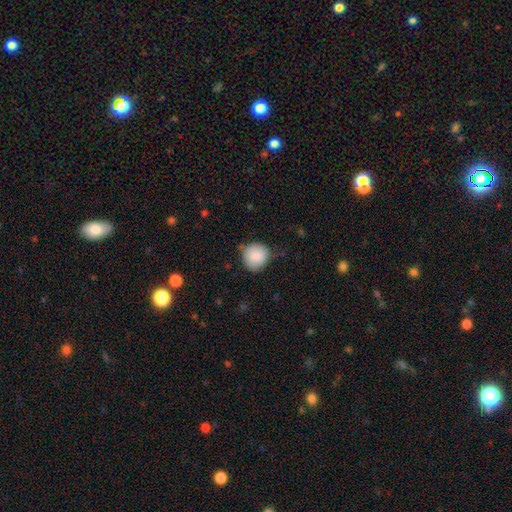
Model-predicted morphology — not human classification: Smooth or featured? Predicted: smooth (p=0.86). How rounded? Predicted: round (p=0.89). Merging? Predicted: none (p=0.63).